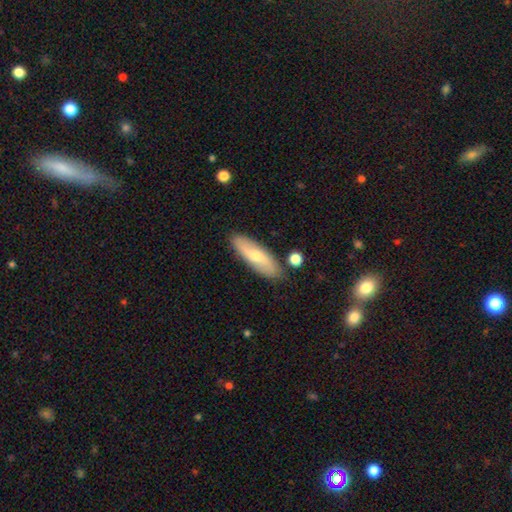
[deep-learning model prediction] Morphology: type=smooth (51%); roundness=cigar-shaped (50%); merging=none (86%).